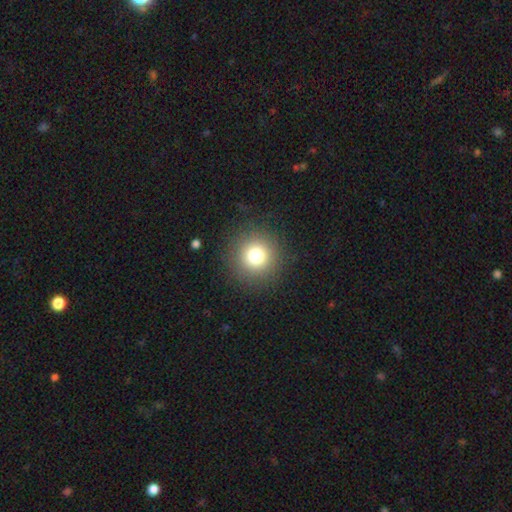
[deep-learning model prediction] Smooth or featured? smooth (77%)
How rounded? round (95%)
Merging? none (90%)